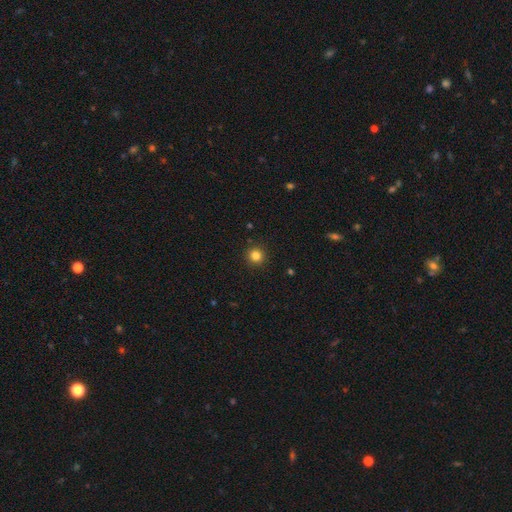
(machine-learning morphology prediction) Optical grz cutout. It shows a smooth galaxy with no disk features (83%) that is round (94%). Merging: none (92%).